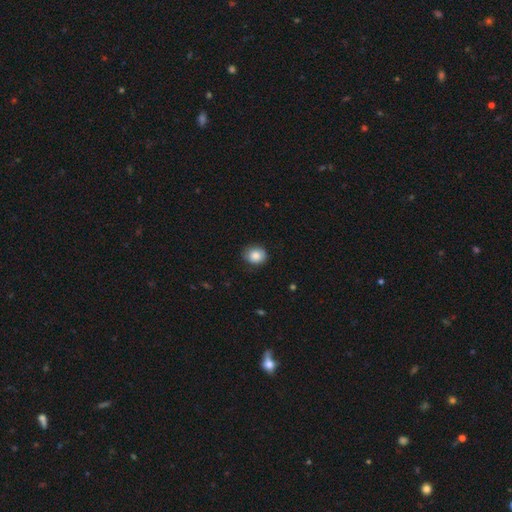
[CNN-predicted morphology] Smooth or featured? Predicted: smooth (p=0.84). How rounded? Predicted: round (p=0.66). Merging? Predicted: none (p=0.80).